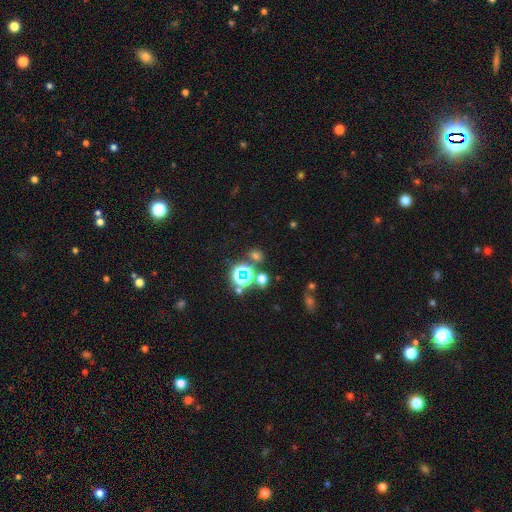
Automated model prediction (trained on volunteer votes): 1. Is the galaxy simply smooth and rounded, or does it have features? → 47% smooth, 44% star or artifact, 8% featured or disk.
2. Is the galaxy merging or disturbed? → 73% none, 12% merger, 10% minor disturbance, 5% major disturbance.